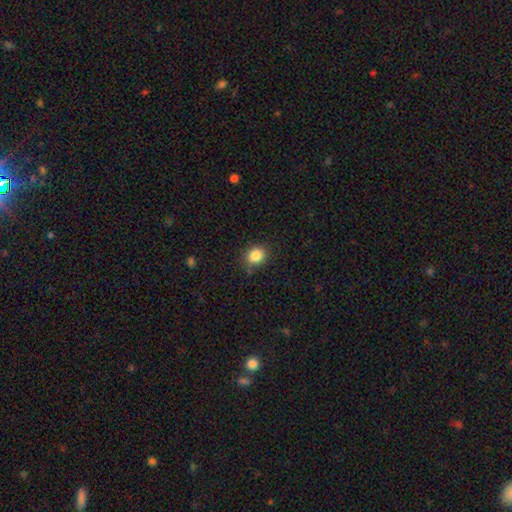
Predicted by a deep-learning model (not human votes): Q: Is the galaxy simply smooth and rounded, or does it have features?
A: smooth — 84%.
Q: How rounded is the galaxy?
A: round — 68%.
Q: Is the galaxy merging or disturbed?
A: none — 83%.